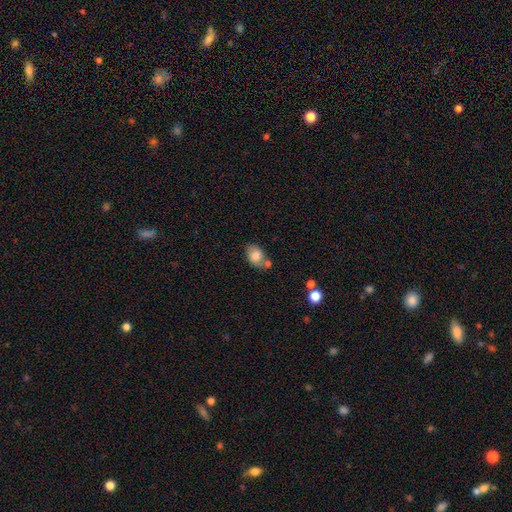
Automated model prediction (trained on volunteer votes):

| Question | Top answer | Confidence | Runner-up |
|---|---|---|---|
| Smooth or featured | smooth | 77% | featured or disk (15%) |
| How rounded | in between | 78% | round (21%) |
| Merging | none | 49% | merger (25%) |